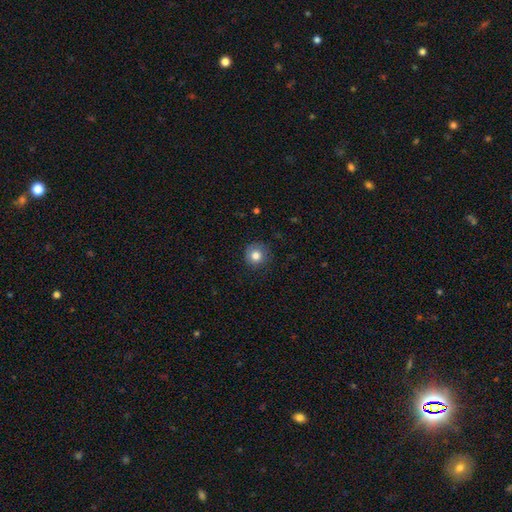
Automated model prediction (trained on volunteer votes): smooth_or_featured: smooth (p=0.80) [alt: star or artifact p=0.10]
how_rounded: round (p=0.94) [alt: in between p=0.05]
merging: none (p=0.84) [alt: minor disturbance p=0.12]